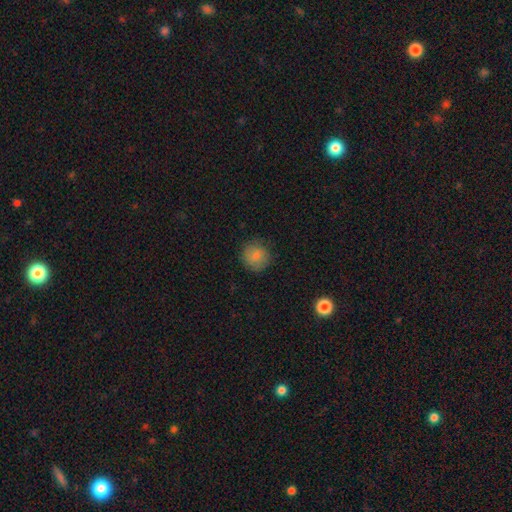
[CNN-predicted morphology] A smooth galaxy with no disk features (83%) that is round (91%).

Vote fractions:
- Smooth or featured? smooth: 83% / featured or disk: 9% / star or artifact: 8%
- How rounded? round: 91% / in between: 8% / cigar-shaped: 1%
- Merging? none: 84% / minor disturbance: 12% / major disturbance: 3% / merger: 1%